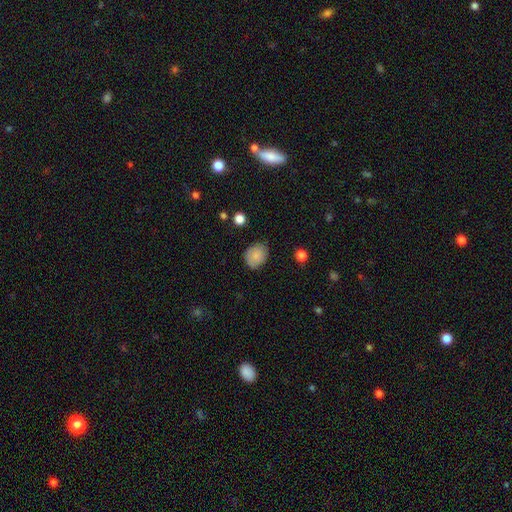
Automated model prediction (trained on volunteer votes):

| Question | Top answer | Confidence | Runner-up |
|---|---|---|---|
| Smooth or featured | smooth | 82% | featured or disk (10%) |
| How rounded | in between | 54% | round (45%) |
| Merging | none | 75% | minor disturbance (20%) |